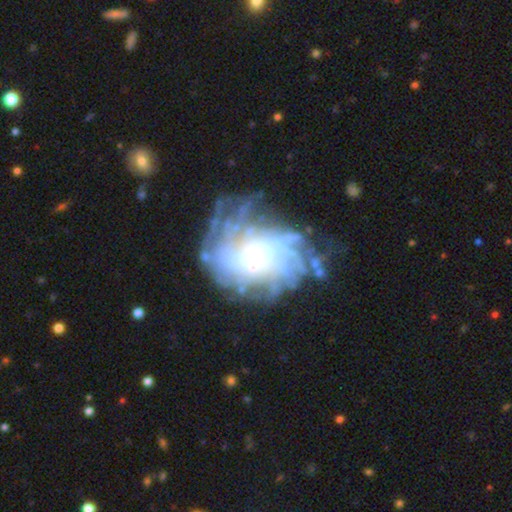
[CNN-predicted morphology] Smooth or featured?
  - featured or disk: 84% *
  - smooth: 8%
  - star or artifact: 8%
Edge-on disk?
  - no: 97% *
  - yes: 3%
Bar?
  - no: 54% *
  - weak: 36%
  - strong: 10%
Spiral arms?
  - yes: 90% *
  - no: 10%
Spiral winding?
  - tight: 59% *
  - medium: 28%
  - loose: 13%
Spiral arm count?
  - can't tell: 41% *
  - more than 4: 27%
  - 4: 13%
  - 3: 7%
  - 2: 7%
  - 1: 6%
Bulge size?
  - moderate: 55% *
  - small: 31%
  - large: 11%
  - none: 2%
  - dominant: 1%
Merging?
  - none: 60% *
  - minor disturbance: 20%
  - major disturbance: 16%
  - merger: 3%